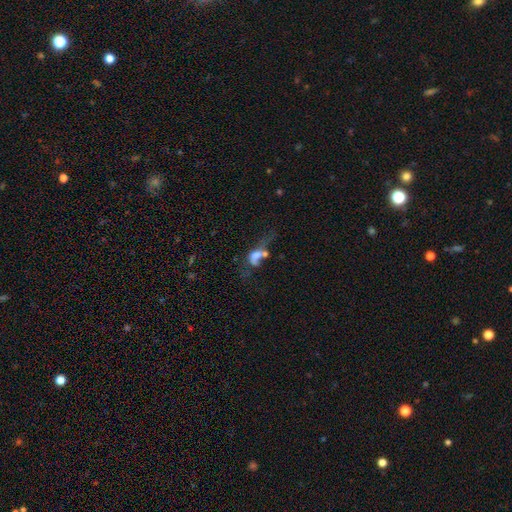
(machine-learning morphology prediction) smooth-or-featured: smooth: 44% | featured or disk: 40% | star or artifact: 15%
  merging: merger: 44% | major disturbance: 34% | none: 14% | minor disturbance: 9%